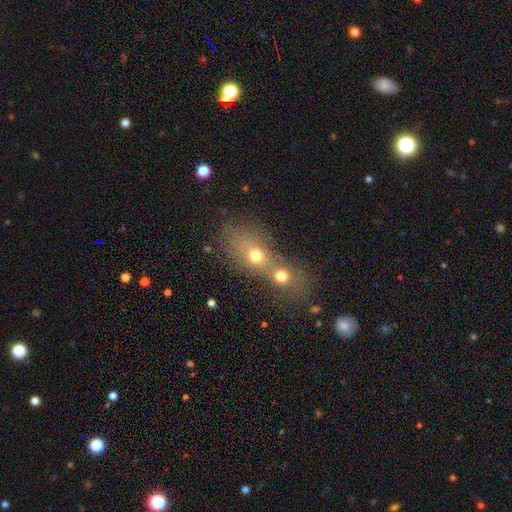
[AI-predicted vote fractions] Morphology: type=smooth (66%); roundness=in between (49%); merging=merger (67%).